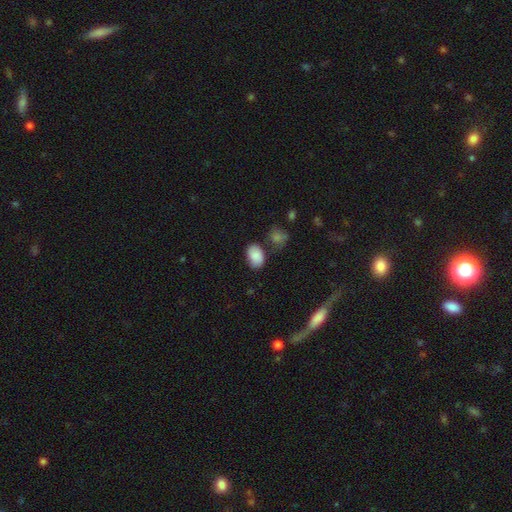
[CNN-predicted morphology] smooth-or-featured: smooth: 86% | star or artifact: 8% | featured or disk: 6%
  how-rounded: in between: 87% | round: 12% | cigar-shaped: 1%
  merging: none: 69% | minor disturbance: 18% | merger: 8% | major disturbance: 5%